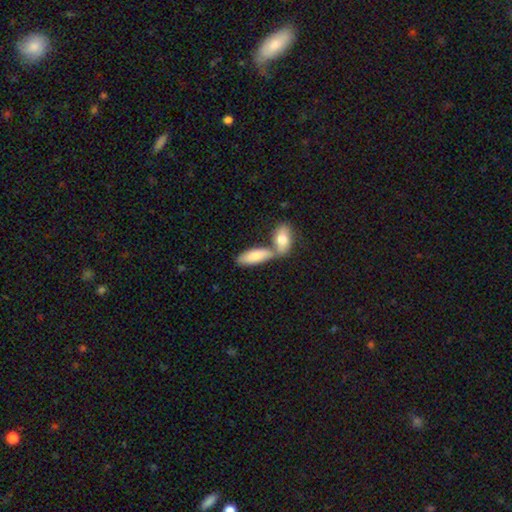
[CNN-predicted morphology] Smooth or featured: smooth — 79% (featured or disk — 15%)
How rounded: in between — 74% (cigar-shaped — 24%)
Merging: merger — 47% (none — 40%)